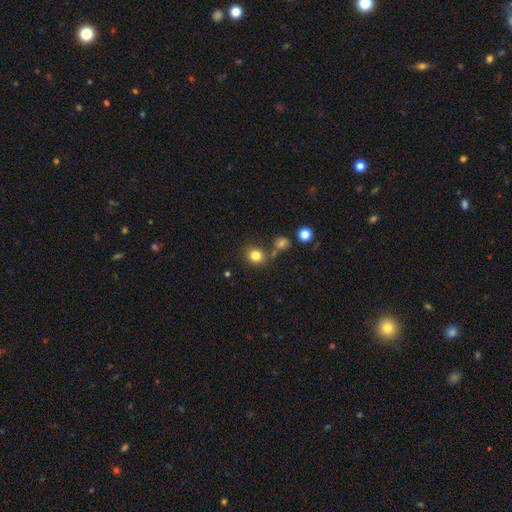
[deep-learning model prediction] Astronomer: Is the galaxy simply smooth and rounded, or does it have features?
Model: smooth — 82%.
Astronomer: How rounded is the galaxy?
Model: round — 75%.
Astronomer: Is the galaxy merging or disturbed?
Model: none — 76%.